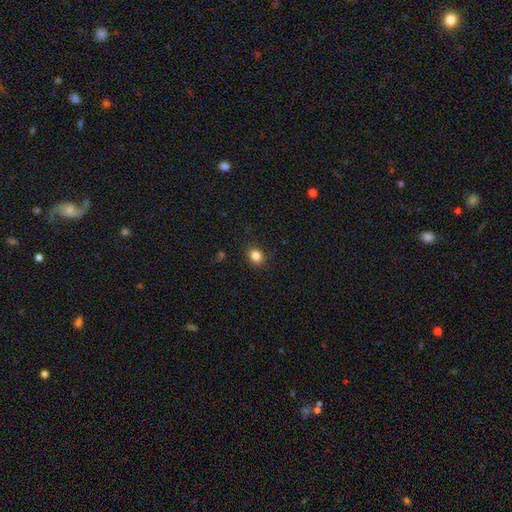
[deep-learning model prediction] Q: Smooth or featured?
A: smooth (84%); runner-up: star or artifact (11%)
Q: How rounded?
A: round (61%); runner-up: in between (39%)
Q: Merging?
A: none (86%); runner-up: minor disturbance (10%)